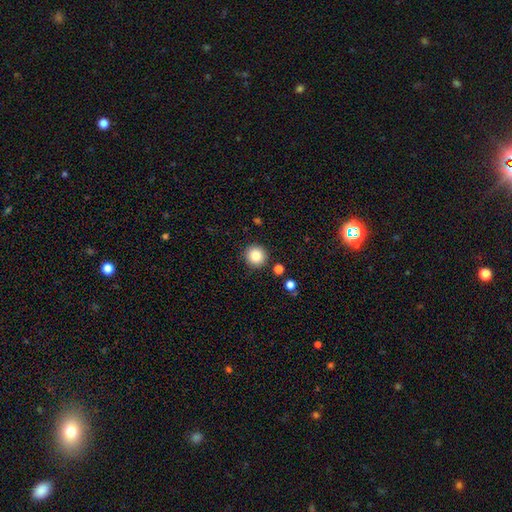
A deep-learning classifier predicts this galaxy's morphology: This is clearly a smooth galaxy (85%). How rounded: clearly round (95%). Merging: clearly none (89%).